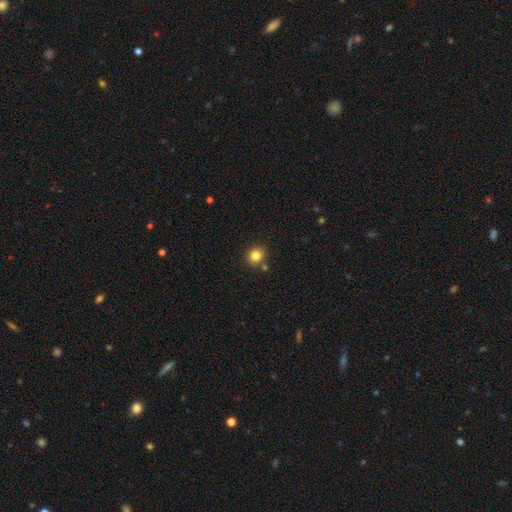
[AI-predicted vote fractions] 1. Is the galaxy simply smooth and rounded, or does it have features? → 82% smooth, 12% star or artifact, 6% featured or disk.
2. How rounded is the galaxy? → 86% round, 13% in between, 1% cigar-shaped.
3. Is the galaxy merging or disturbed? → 83% none, 8% minor disturbance, 7% merger, 2% major disturbance.